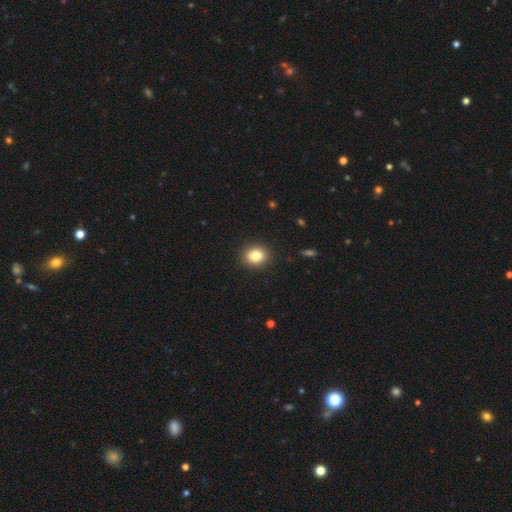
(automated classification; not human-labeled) This is clearly a smooth galaxy (82%). How rounded: likely round (68%). Merging: clearly none (90%).